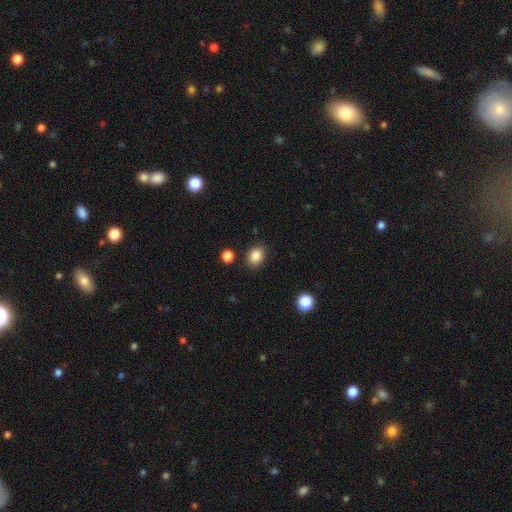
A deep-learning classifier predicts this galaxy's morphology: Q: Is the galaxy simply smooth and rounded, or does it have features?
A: smooth — 86%.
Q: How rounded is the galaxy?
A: in between — 52%.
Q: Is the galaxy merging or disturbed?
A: none — 84%.